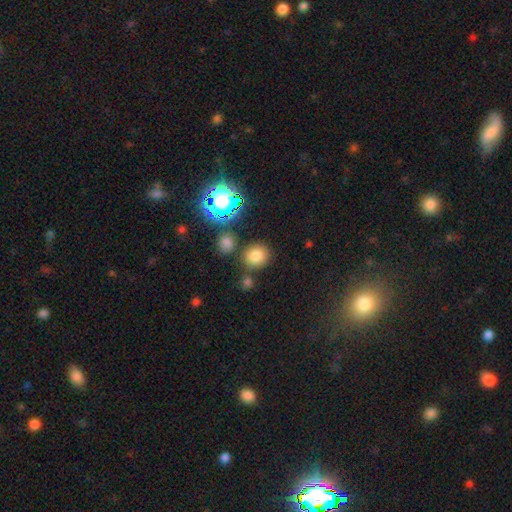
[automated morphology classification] The model was most divided on "how rounded": round: 77%, in between: 22%, cigar-shaped: 1%. More confident: merging — none (78%); smooth or featured — smooth (76%).